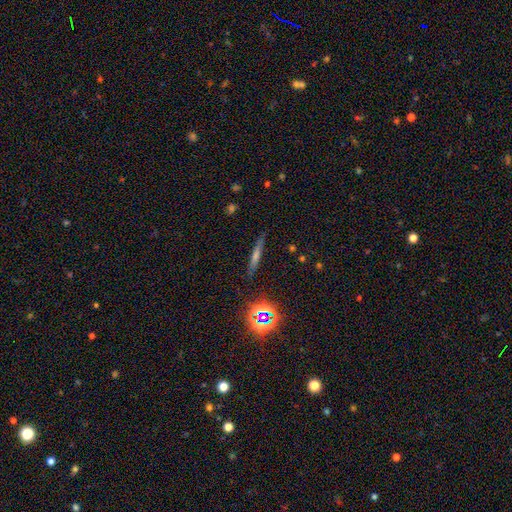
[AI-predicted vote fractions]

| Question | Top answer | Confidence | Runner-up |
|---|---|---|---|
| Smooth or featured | smooth | 45% | featured or disk (35%) |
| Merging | none | 85% | minor disturbance (10%) |